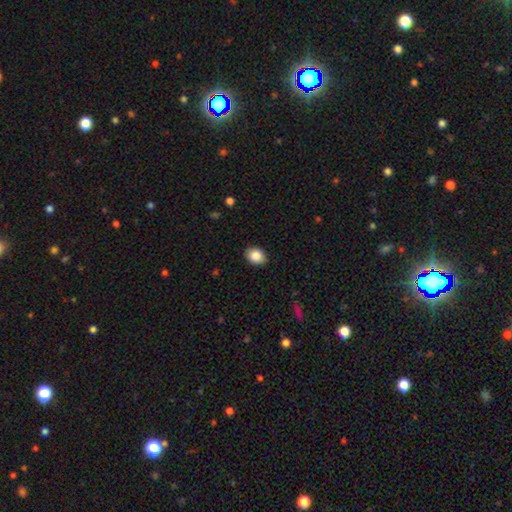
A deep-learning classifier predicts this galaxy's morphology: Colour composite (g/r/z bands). It shows a smooth galaxy with no disk features (86%) that is in between round and cigar-shaped (65%). Merging: none (86%).